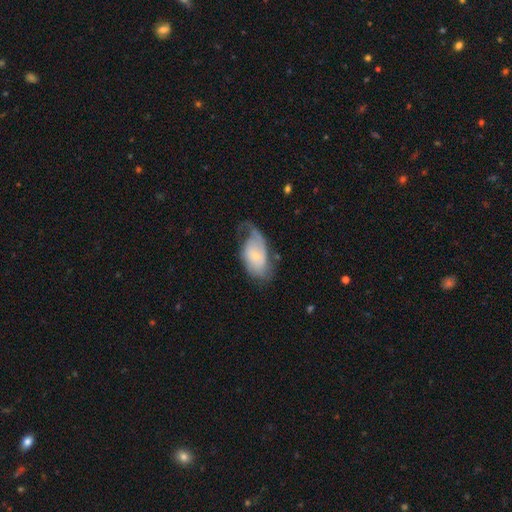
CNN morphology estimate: This appears to be a featured or disk galaxy (61%) with no bar (73%), spiral arms (81%) and a small central bulge (70%). Merging: major disturbance (35%).